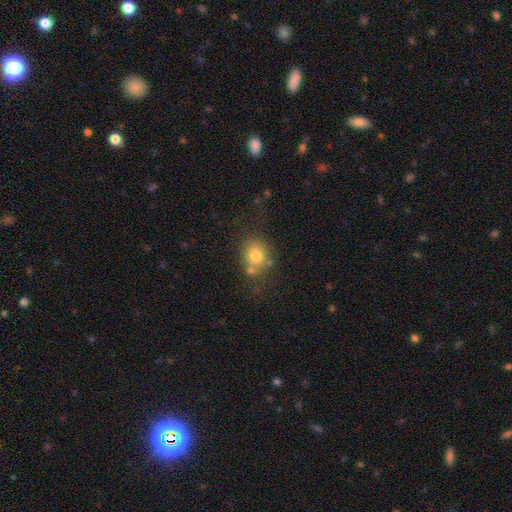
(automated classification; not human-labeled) Smooth or featured?
  - smooth: 76% *
  - featured or disk: 13%
  - star or artifact: 11%
How rounded?
  - round: 78% *
  - in between: 21%
  - cigar-shaped: 1%
Merging?
  - none: 61% *
  - merger: 17%
  - minor disturbance: 16%
  - major disturbance: 6%